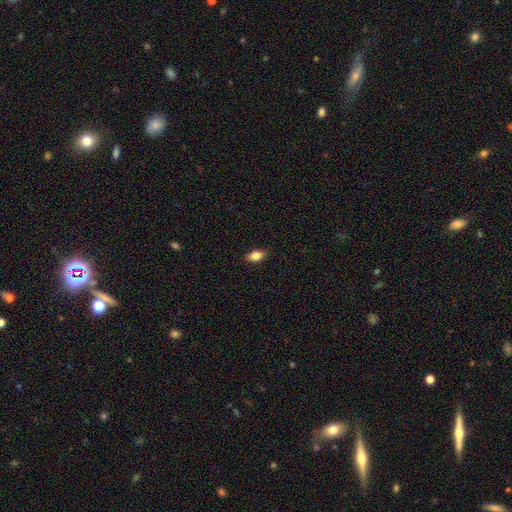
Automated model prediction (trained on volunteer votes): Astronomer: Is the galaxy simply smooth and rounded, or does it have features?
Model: smooth — 81%.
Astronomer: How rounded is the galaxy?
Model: in between — 88%.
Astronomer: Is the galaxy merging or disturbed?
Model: none — 88%.